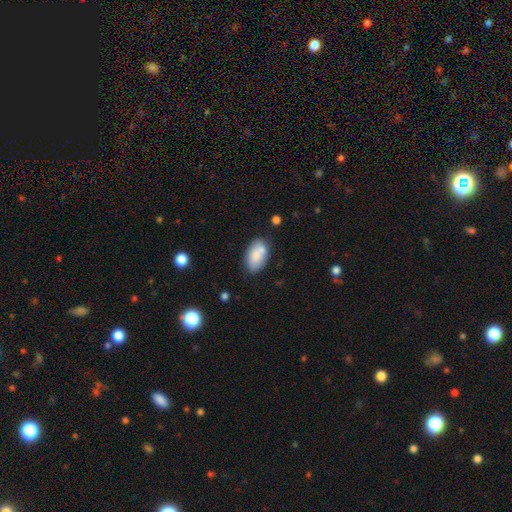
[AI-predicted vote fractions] smooth-or-featured: smooth: 80% | featured or disk: 12% | star or artifact: 7%
  how-rounded: in between: 93% | round: 5% | cigar-shaped: 2%
  merging: none: 66% | minor disturbance: 18% | merger: 12% | major disturbance: 4%